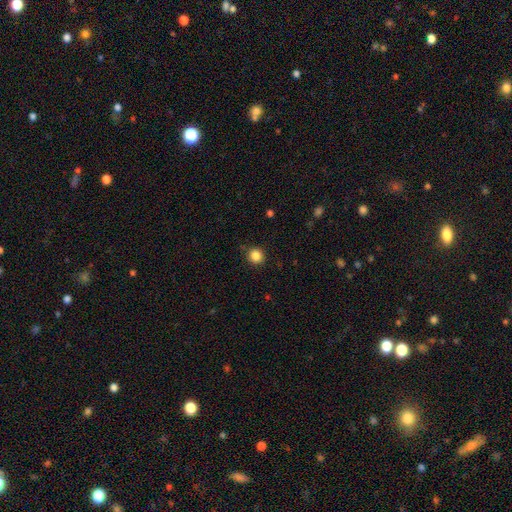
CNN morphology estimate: smooth_or_featured: smooth (p=0.85) [alt: star or artifact p=0.11]
how_rounded: round (p=0.92) [alt: in between p=0.07]
merging: none (p=0.89) [alt: minor disturbance p=0.08]